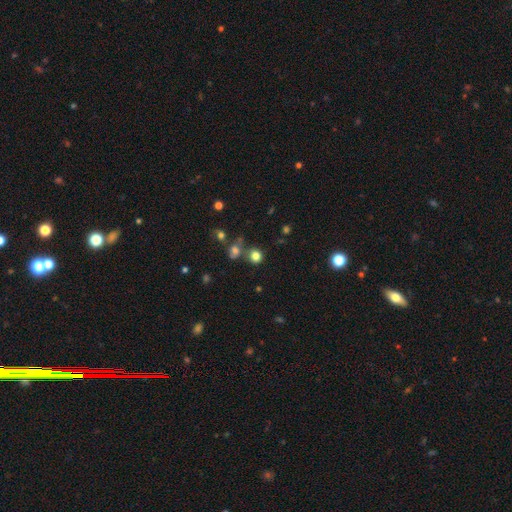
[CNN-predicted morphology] smooth 79%, star or artifact 15%, featured or disk 6%. Down the decision tree: how rounded — round (89%); merging — none (71%).